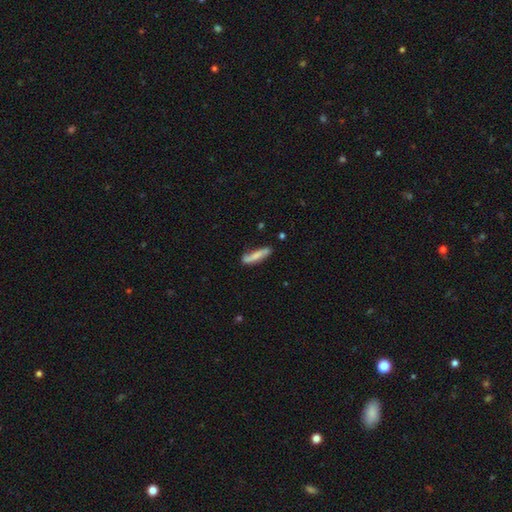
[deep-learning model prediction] smooth_or_featured: smooth (p=0.67) [alt: featured or disk p=0.27]
how_rounded: cigar-shaped (p=0.82) [alt: in between p=0.17]
merging: none (p=0.64) [alt: minor disturbance p=0.24]